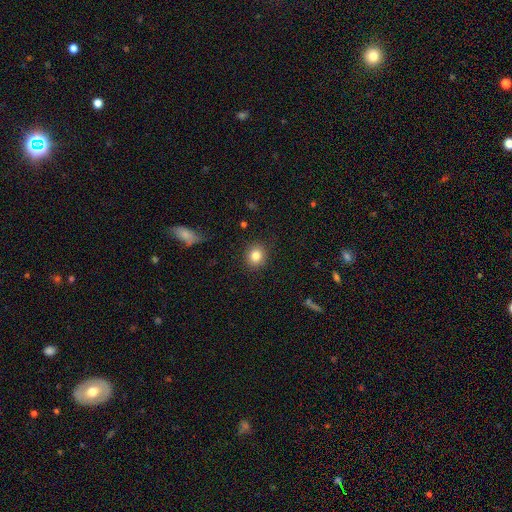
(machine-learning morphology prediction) smooth_or_featured: smooth (p=0.84) [alt: star or artifact p=0.10]
how_rounded: round (p=0.75) [alt: in between p=0.24]
merging: none (p=0.87) [alt: minor disturbance p=0.09]